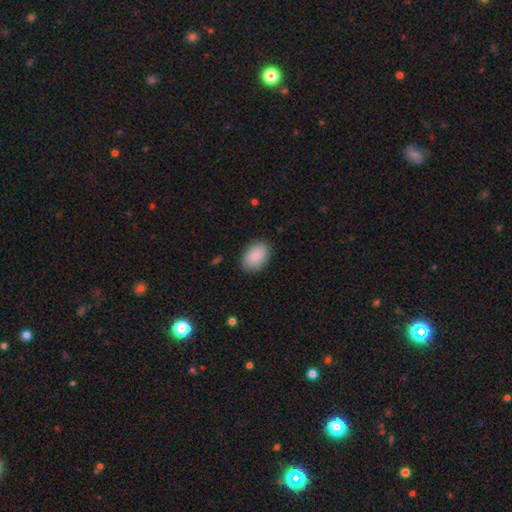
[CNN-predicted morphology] Smooth or featured: smooth — 88% (star or artifact — 6%)
How rounded: in between — 85% (round — 14%)
Merging: none — 86% (minor disturbance — 10%)